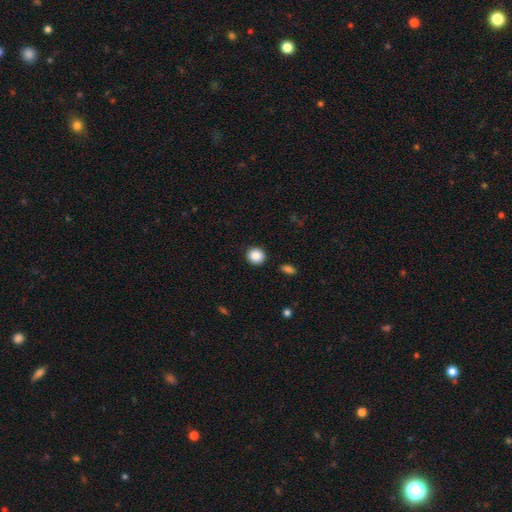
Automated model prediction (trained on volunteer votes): This appears to be a smooth galaxy with no disk features (89%) that is round (84%). Merging: none (90%).